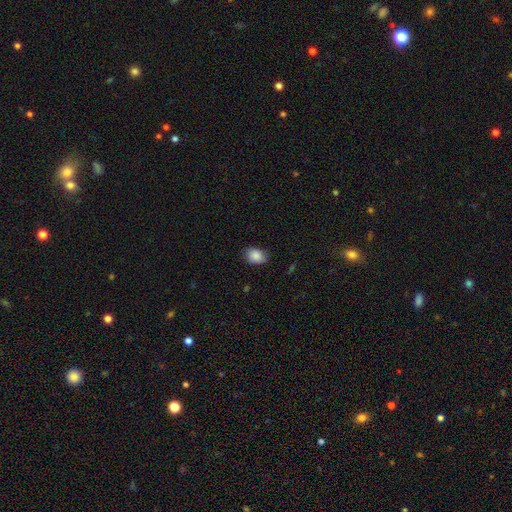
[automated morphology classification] This is clearly a smooth galaxy (86%). How rounded: likely in between (64%). Merging: likely none (76%).